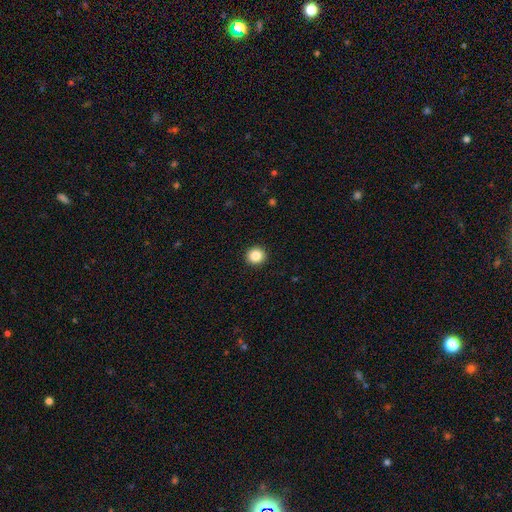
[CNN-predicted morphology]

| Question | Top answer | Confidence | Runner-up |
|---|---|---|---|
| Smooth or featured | smooth | 86% | star or artifact (10%) |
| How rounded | round | 93% | in between (6%) |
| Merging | none | 93% | minor disturbance (4%) |